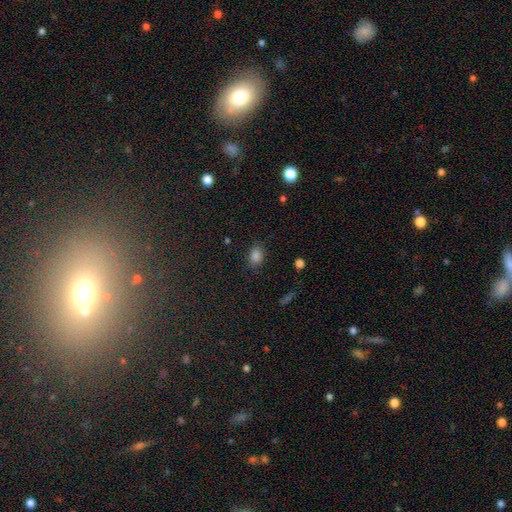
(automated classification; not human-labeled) A smooth galaxy with no disk features (83%) that is in between round and cigar-shaped (74%). Merging: none (80%).